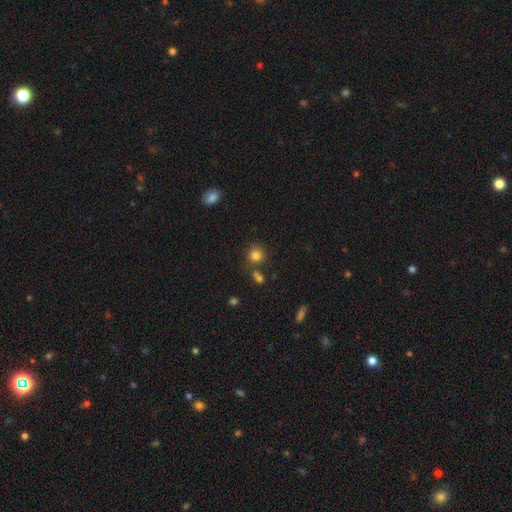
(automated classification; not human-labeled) Smooth or featured? smooth (81%)
How rounded? round (86%)
Merging? none (72%)